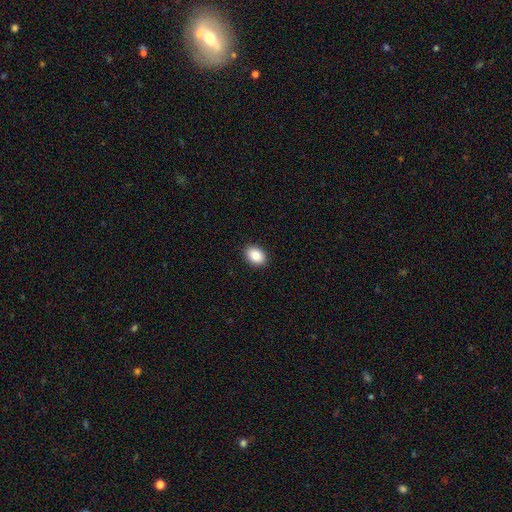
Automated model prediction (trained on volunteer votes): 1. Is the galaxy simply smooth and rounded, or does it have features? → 85% smooth, 8% star or artifact, 7% featured or disk.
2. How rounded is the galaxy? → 73% in between, 26% round, 1% cigar-shaped.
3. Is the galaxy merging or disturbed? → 91% none, 6% minor disturbance, 2% major disturbance, 1% merger.